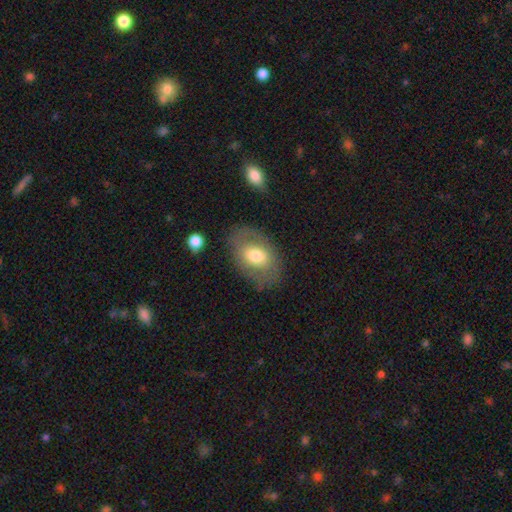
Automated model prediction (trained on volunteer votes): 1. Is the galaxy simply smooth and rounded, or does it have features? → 58% smooth, 34% featured or disk, 7% star or artifact.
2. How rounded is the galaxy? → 83% in between, 15% round, 1% cigar-shaped.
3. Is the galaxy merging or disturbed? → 73% none, 16% minor disturbance, 8% major disturbance, 2% merger.